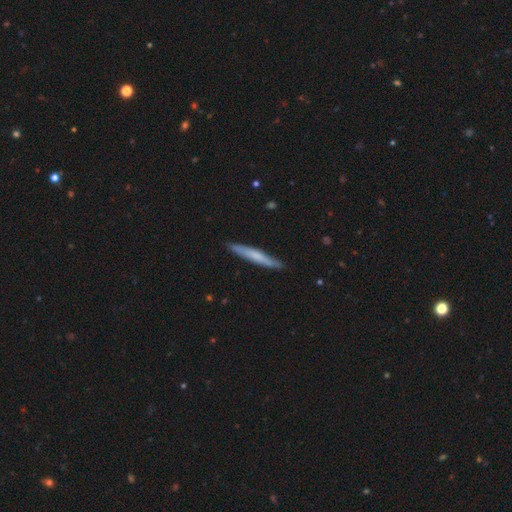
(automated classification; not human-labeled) smooth 57%, featured or disk 38%, star or artifact 5%. Down the decision tree: how rounded — cigar-shaped (96%); merging — none (89%).